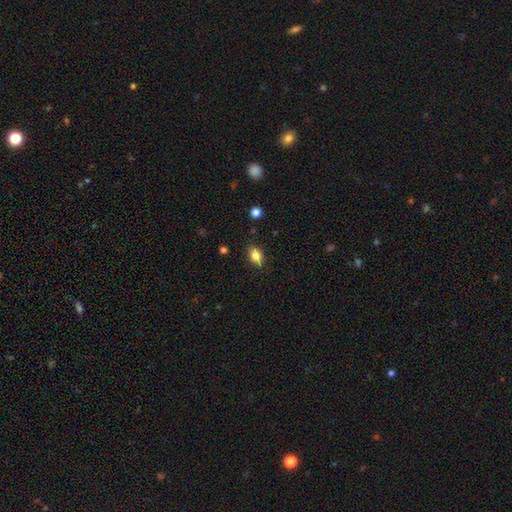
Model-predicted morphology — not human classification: This appears to be a smooth galaxy with no disk features (78%) that is in between round and cigar-shaped (83%). Merging: none (83%).